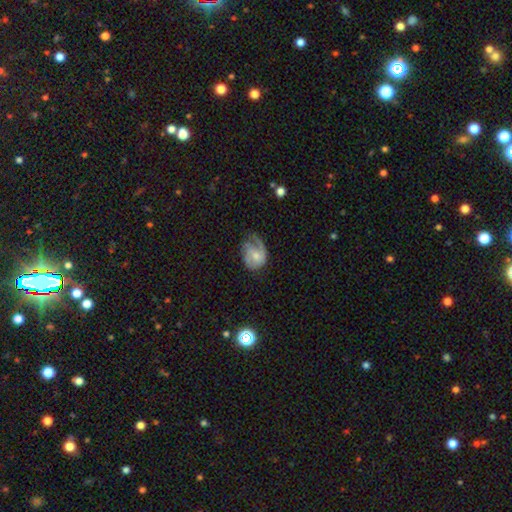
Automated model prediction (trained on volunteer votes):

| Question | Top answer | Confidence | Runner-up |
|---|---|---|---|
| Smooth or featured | featured or disk | 64% | smooth (30%) |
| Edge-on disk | no | 97% | yes (3%) |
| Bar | no | 65% | weak (30%) |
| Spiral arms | yes | 86% | no (14%) |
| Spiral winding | medium | 40% | tight (35%) |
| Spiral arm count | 1 | 36% | 2 (33%) |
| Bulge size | small | 47% | moderate (44%) |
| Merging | none | 41% | minor disturbance (29%) |